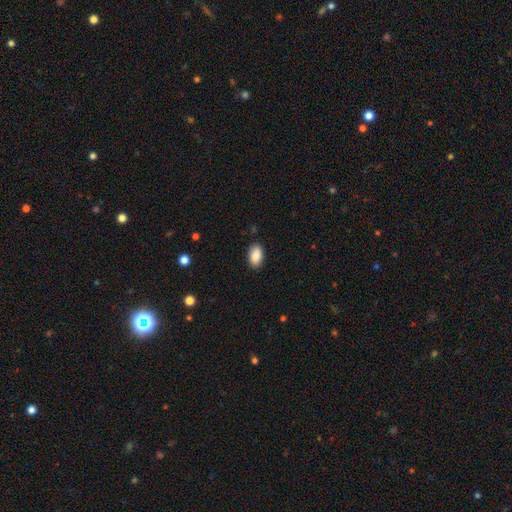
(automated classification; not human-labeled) A smooth galaxy with no disk features (87%) that is in between round and cigar-shaped (93%). Merging: none (87%).